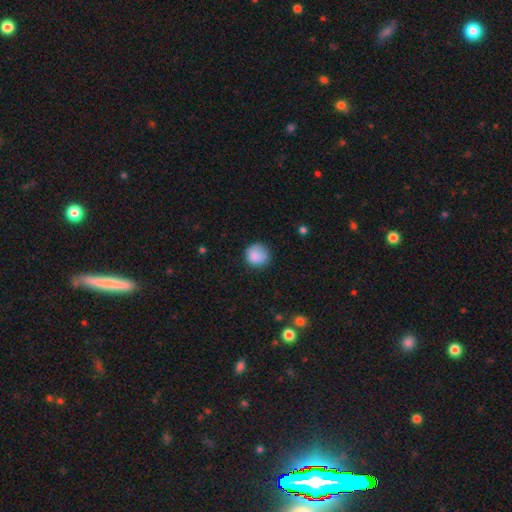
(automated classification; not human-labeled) Smooth or featured?
  - smooth: 86% *
  - star or artifact: 9%
  - featured or disk: 5%
How rounded?
  - round: 91% *
  - in between: 8%
  - cigar-shaped: 1%
Merging?
  - none: 77% *
  - minor disturbance: 17%
  - major disturbance: 5%
  - merger: 1%